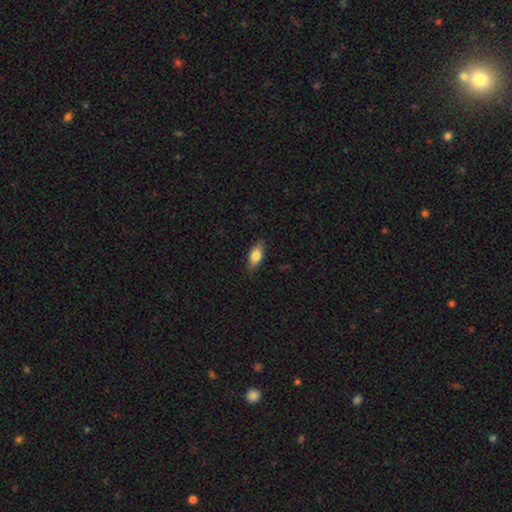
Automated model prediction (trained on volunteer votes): Smooth or featured? smooth (80%)
How rounded? in between (85%)
Merging? none (83%)